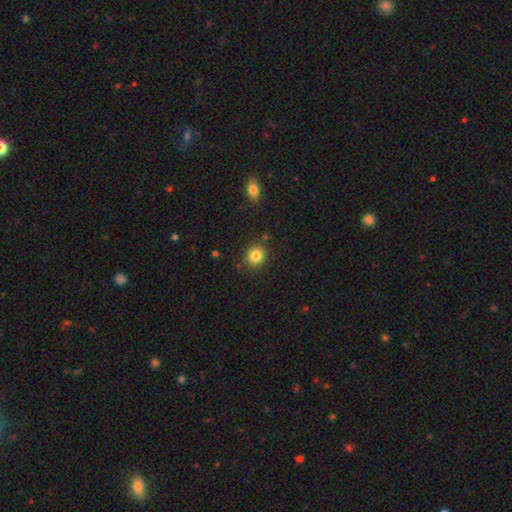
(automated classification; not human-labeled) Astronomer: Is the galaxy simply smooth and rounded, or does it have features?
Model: smooth — 84%.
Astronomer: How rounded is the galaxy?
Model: round — 84%.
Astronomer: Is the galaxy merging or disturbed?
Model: none — 88%.